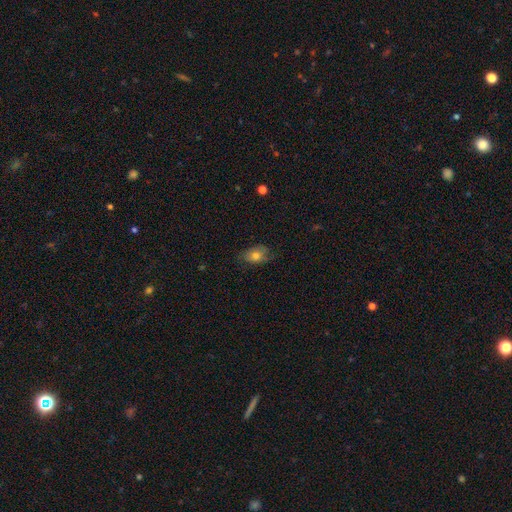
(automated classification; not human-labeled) Smooth or featured? Predicted: smooth (p=0.72). How rounded? Predicted: in between (p=0.80). Merging? Predicted: none (p=0.64).